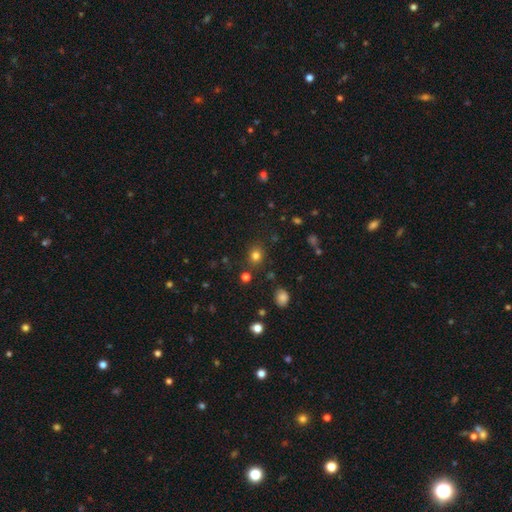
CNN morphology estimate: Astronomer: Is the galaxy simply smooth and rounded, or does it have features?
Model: smooth — 78%.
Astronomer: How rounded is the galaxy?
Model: round — 70%.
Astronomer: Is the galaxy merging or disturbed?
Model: none — 83%.